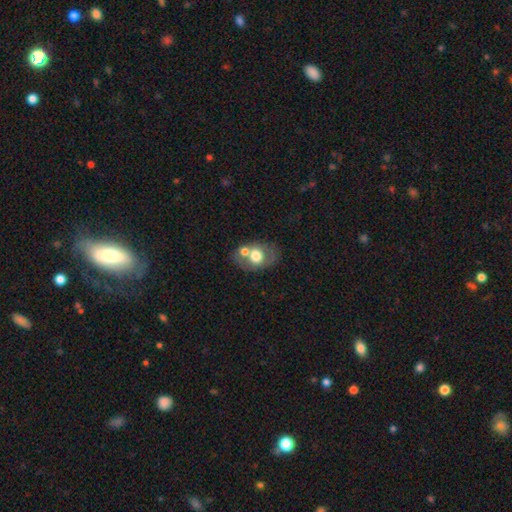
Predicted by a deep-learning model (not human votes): Smooth or featured? Predicted: smooth (p=0.58). How rounded? Predicted: in between (p=0.67). Merging? Predicted: none (p=0.48).